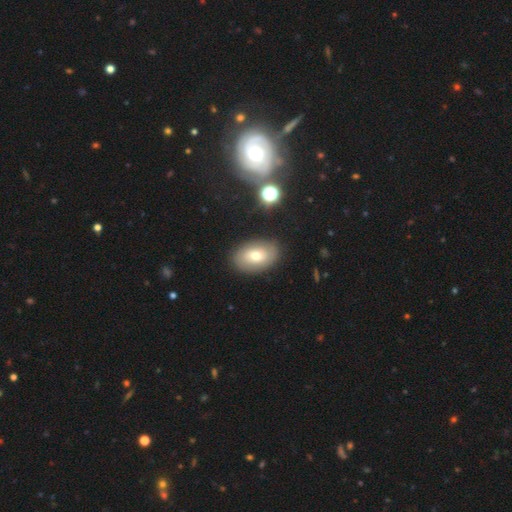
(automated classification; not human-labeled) This is likely a smooth galaxy (62%). How rounded: clearly in between (86%). Merging: clearly none (85%).